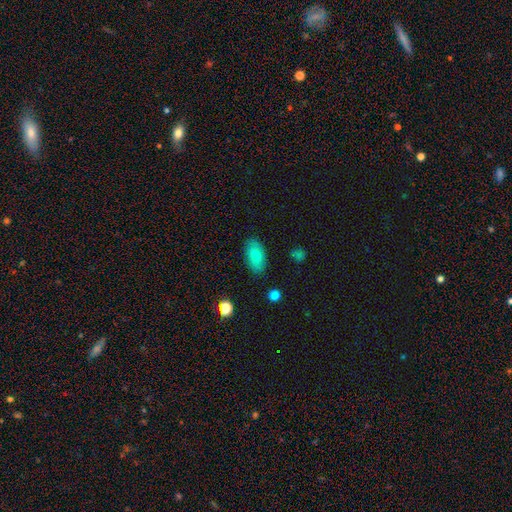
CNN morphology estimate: This is clearly a smooth galaxy (81%). How rounded: clearly in between (92%). Merging: clearly none (85%).